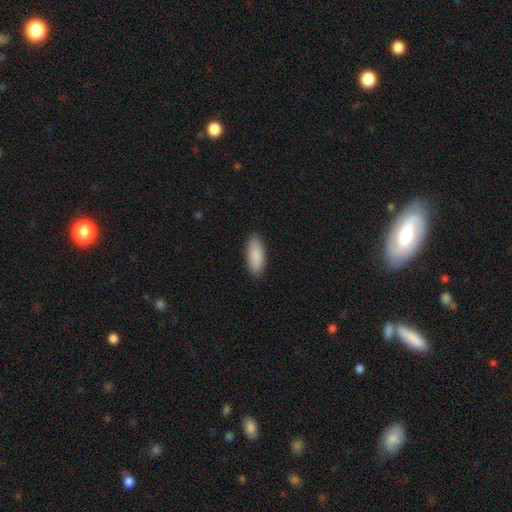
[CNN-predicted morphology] smooth 89%, star or artifact 5%, featured or disk 5%. Down the decision tree: how rounded — in between (80%); merging — none (88%).